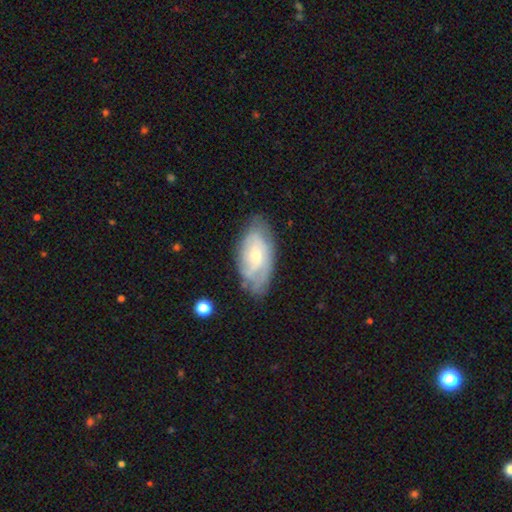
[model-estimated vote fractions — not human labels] A featured or disk galaxy (60%) with no bar (65%), spiral arms (77%) and a small central bulge (56%).

Vote fractions:
- Smooth or featured? featured or disk: 60% / smooth: 34% / star or artifact: 6%
- Edge-on disk? no: 92% / yes: 8%
- Bar? no: 65% / weak: 29% / strong: 5%
- Spiral arms? yes: 77% / no: 23%
- Bulge size? small: 56% / moderate: 38% / large: 3% / none: 2% / dominant: 1%
- Merging? none: 68% / minor disturbance: 24% / major disturbance: 7% / merger: 2%